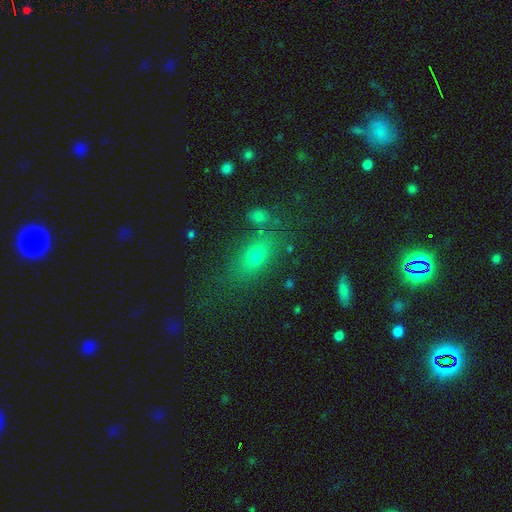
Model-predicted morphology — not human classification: type=smooth (69%); roundness=in between (74%); merging=none (75%).